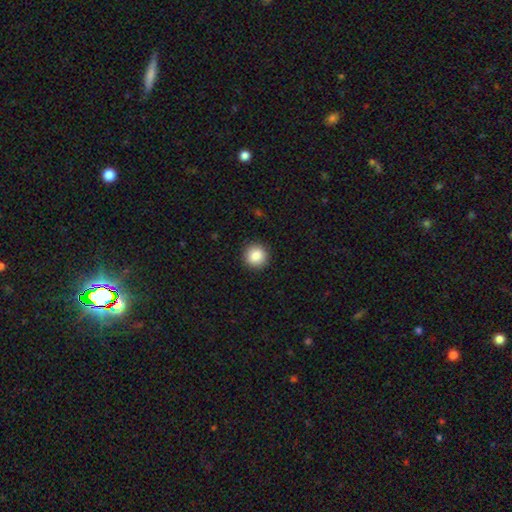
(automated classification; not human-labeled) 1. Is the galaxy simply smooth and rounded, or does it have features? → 86% smooth, 9% star or artifact, 5% featured or disk.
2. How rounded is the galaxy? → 93% round, 6% in between, 1% cigar-shaped.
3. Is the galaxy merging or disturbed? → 92% none, 6% minor disturbance, 2% major disturbance, 1% merger.